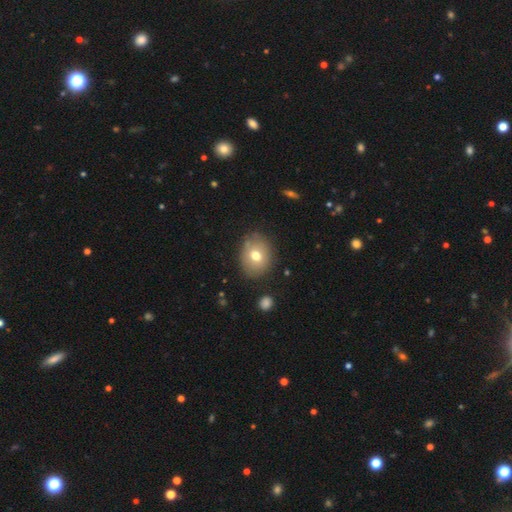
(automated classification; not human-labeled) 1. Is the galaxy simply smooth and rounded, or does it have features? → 70% smooth, 20% featured or disk, 10% star or artifact.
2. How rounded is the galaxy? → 52% round, 47% in between, 1% cigar-shaped.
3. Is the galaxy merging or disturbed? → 78% none, 16% minor disturbance, 4% major disturbance, 2% merger.